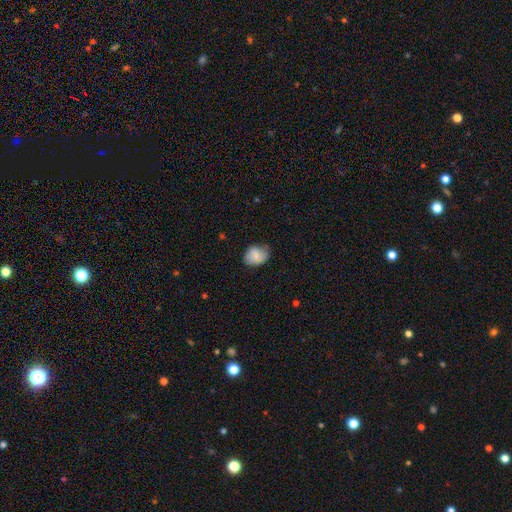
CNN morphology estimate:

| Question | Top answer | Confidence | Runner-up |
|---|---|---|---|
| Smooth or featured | smooth | 73% | featured or disk (19%) |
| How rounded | in between | 60% | round (39%) |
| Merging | none | 65% | minor disturbance (27%) |